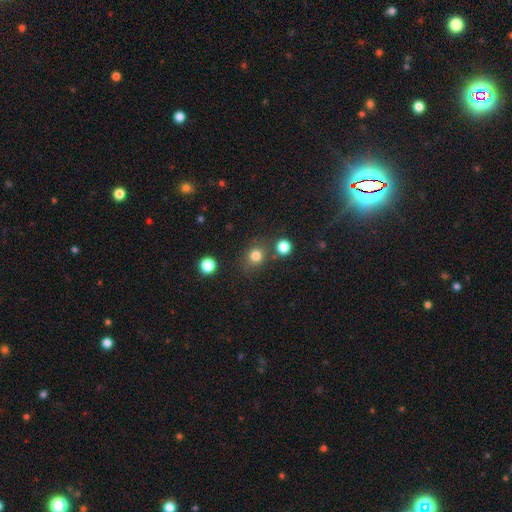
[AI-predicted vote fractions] A smooth galaxy with no disk features (79%) that is round (79%).

Vote fractions:
- Smooth or featured? smooth: 79% / star or artifact: 14% / featured or disk: 6%
- How rounded? round: 79% / in between: 20% / cigar-shaped: 1%
- Merging? none: 75% / minor disturbance: 11% / merger: 10% / major disturbance: 4%